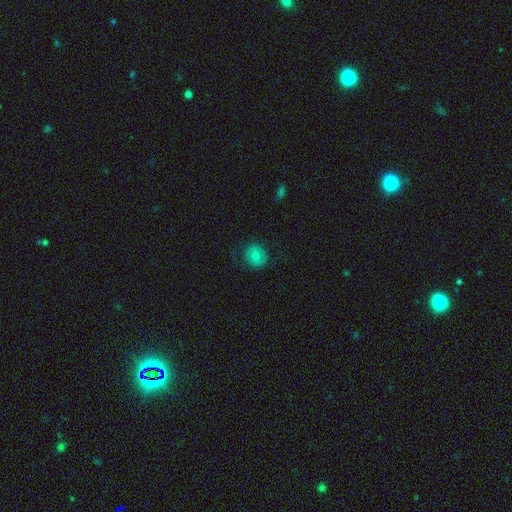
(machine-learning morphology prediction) A smooth galaxy with no disk features (65%) that is round (84%).

Vote fractions:
- Smooth or featured? smooth: 65% / featured or disk: 26% / star or artifact: 8%
- How rounded? round: 84% / in between: 15% / cigar-shaped: 1%
- Merging? none: 75% / minor disturbance: 17% / major disturbance: 7% / merger: 1%